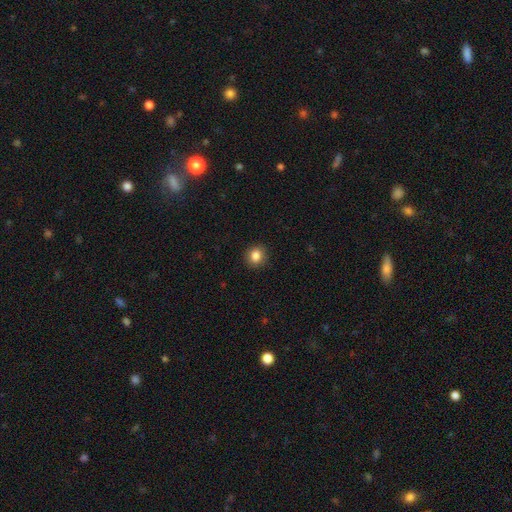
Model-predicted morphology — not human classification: type=smooth (85%); roundness=round (79%); merging=none (90%).